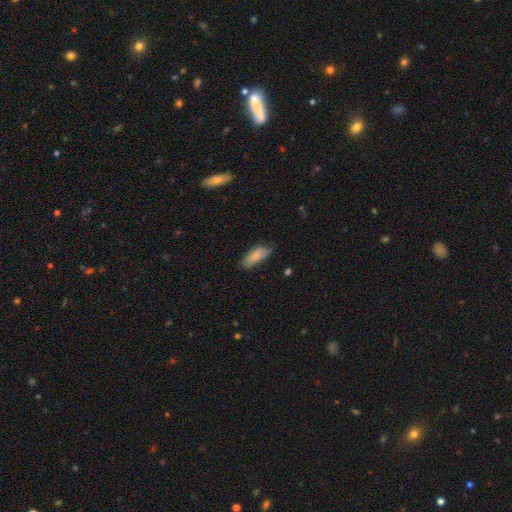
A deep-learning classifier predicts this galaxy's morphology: type=smooth (85%); roundness=in between (78%); merging=none (69%).